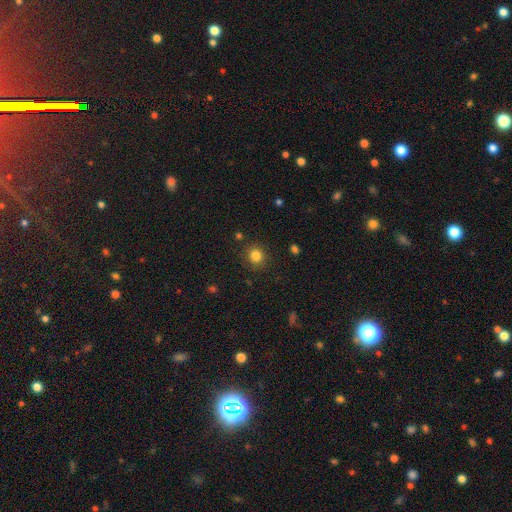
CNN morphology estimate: Overall: smooth (82%). How rounded: round (86%). Merging: none (88%).